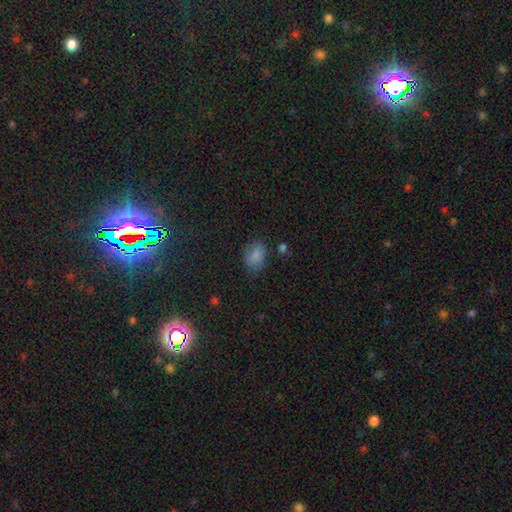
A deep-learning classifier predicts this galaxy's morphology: A smooth galaxy with no disk features (84%) that is in between round and cigar-shaped (77%). Merging: none (73%).